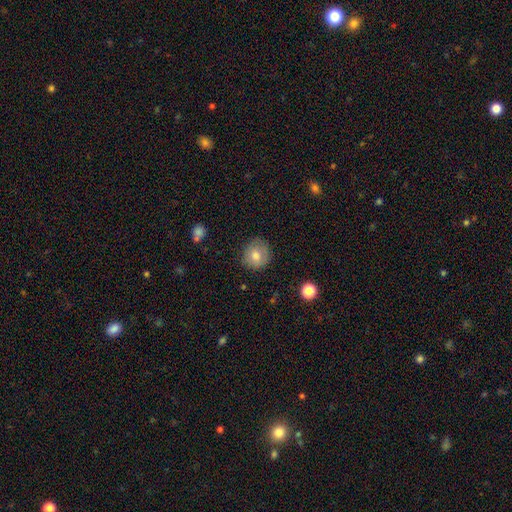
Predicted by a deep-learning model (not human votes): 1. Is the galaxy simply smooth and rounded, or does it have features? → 78% smooth, 13% featured or disk, 9% star or artifact.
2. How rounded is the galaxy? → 85% round, 14% in between, 1% cigar-shaped.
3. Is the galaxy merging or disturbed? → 81% none, 15% minor disturbance, 3% major disturbance, 1% merger.